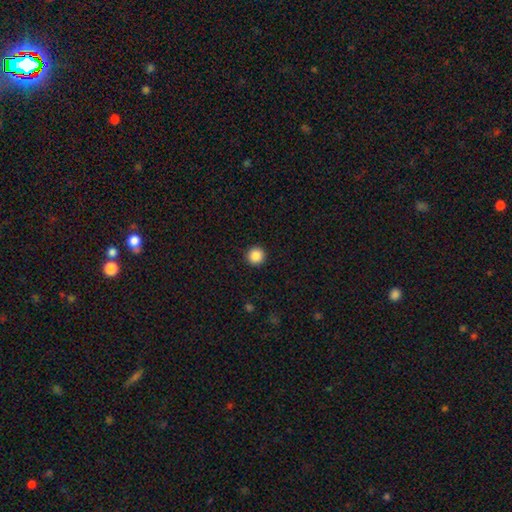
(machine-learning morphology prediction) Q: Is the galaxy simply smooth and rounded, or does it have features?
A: smooth — 87%.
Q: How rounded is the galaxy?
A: round — 96%.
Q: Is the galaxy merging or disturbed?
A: none — 94%.